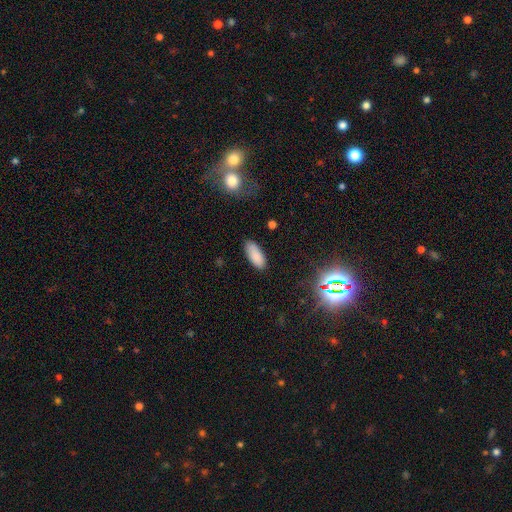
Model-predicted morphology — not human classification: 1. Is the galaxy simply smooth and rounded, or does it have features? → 87% smooth, 8% star or artifact, 5% featured or disk.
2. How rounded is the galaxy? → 81% in between, 17% cigar-shaped, 2% round.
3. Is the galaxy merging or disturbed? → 83% none, 13% minor disturbance, 3% major disturbance, 1% merger.